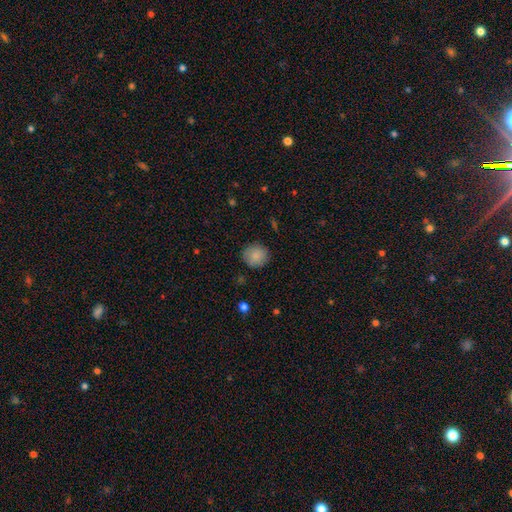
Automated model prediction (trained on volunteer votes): smooth-or-featured: smooth: 87% | star or artifact: 8% | featured or disk: 6%
  how-rounded: round: 89% | in between: 10% | cigar-shaped: 1%
  merging: none: 87% | minor disturbance: 9% | major disturbance: 2% | merger: 1%